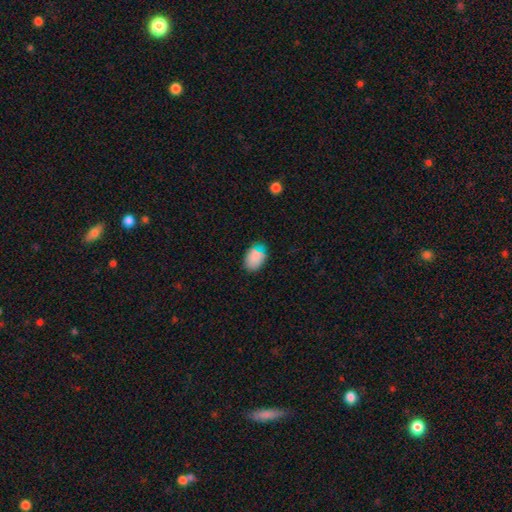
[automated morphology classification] The model was most divided on "merging": none: 75%, minor disturbance: 19%, major disturbance: 4%, merger: 2%. More confident: how rounded — in between (88%); smooth or featured — smooth (84%).